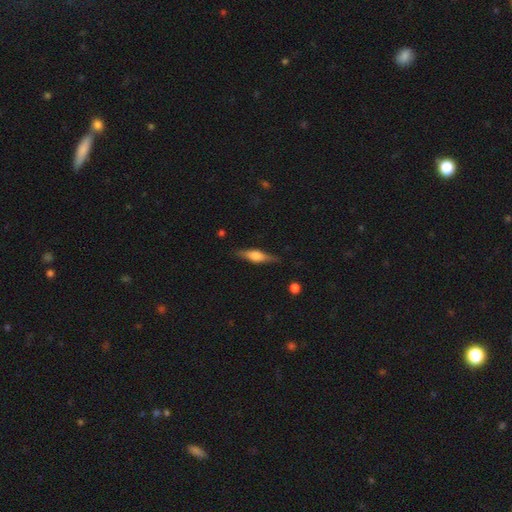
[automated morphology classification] A featured or disk galaxy (55%) viewed edge-on (95%) with a rounded central bulge (83%). Merging: none (83%).